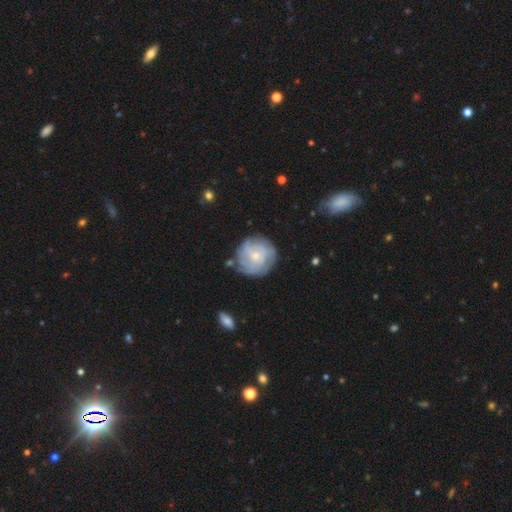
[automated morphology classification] A featured or disk galaxy (66%) with no bar (75%), tight (64%) spiral arms (82%) and a small central bulge (61%). Merging: none (74%).